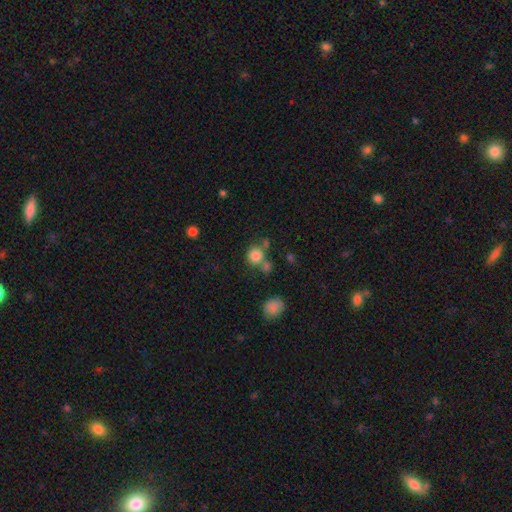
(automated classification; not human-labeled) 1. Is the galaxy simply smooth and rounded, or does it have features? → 81% smooth, 12% star or artifact, 7% featured or disk.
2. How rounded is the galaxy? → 87% round, 12% in between, 1% cigar-shaped.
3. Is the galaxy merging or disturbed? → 57% none, 25% merger, 12% minor disturbance, 6% major disturbance.